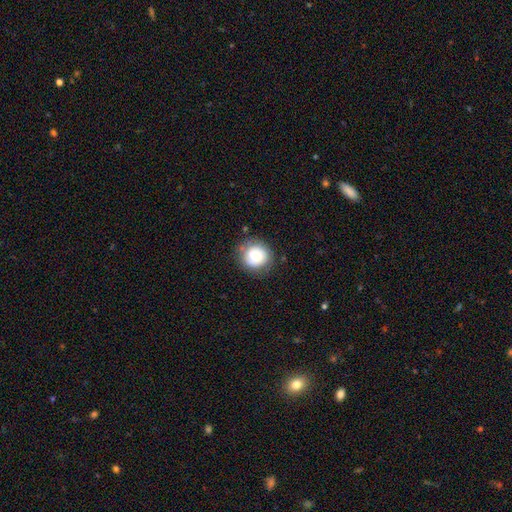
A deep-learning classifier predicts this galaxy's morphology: This appears to be a smooth galaxy with no disk features (60%) that is round (89%). Merging: none (80%).